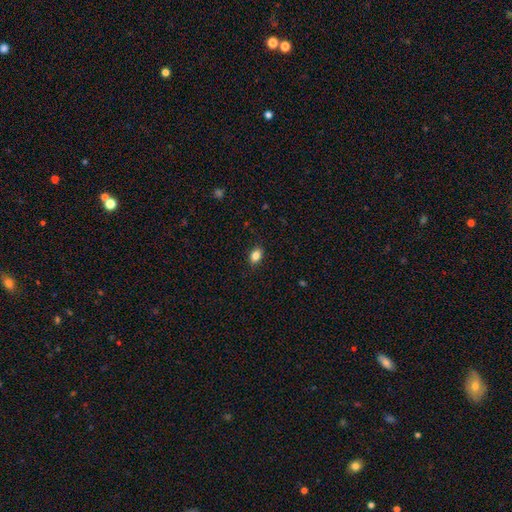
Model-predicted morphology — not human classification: This appears to be a smooth galaxy with no disk features (84%) that is in between round and cigar-shaped (75%). Merging: none (88%).